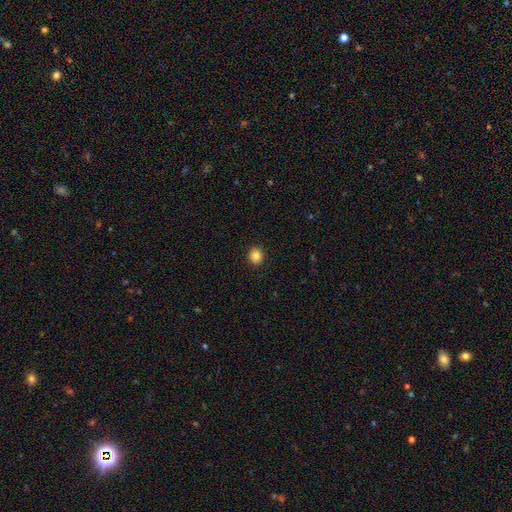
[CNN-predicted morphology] A smooth galaxy with no disk features (85%) that is round (85%). Merging: none (92%).